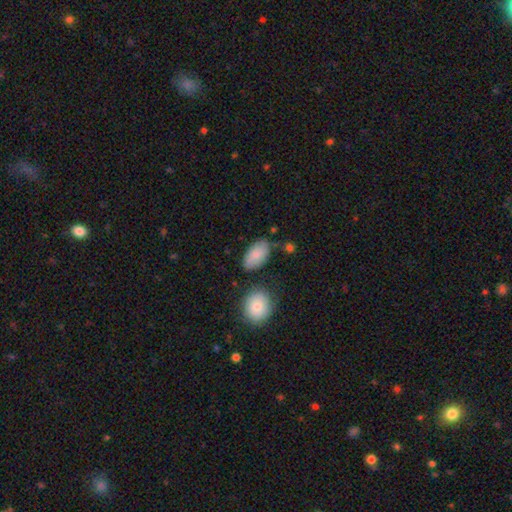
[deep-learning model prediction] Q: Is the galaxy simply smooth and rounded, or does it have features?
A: smooth — 84%.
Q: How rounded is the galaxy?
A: in between — 94%.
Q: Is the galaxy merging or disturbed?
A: none — 69%.